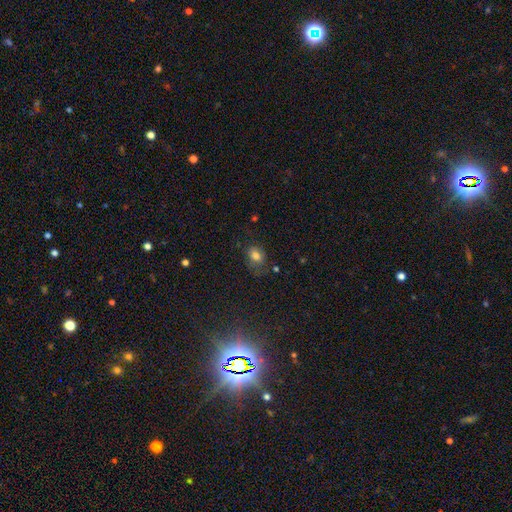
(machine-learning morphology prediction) Smooth or featured? smooth (76%)
How rounded? in between (70%)
Merging? none (56%)